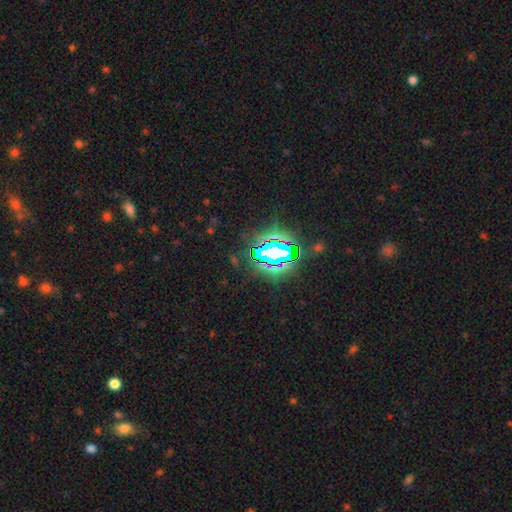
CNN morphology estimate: A star or artifact, not a galaxy (78%).

Vote fractions:
- Smooth or featured? star or artifact: 78% / smooth: 12% / featured or disk: 10%